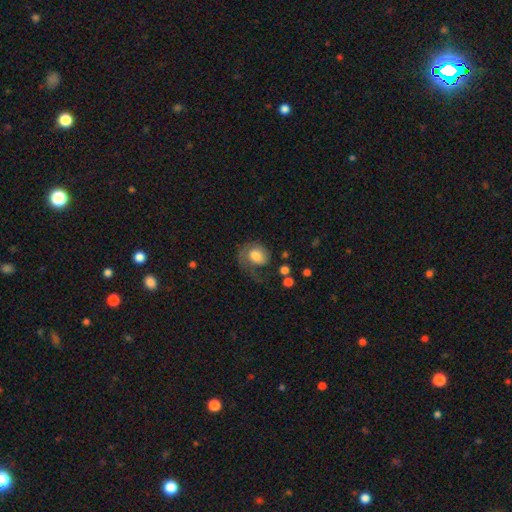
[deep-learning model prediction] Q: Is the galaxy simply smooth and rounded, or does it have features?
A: smooth — 54%.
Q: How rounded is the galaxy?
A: round — 53%.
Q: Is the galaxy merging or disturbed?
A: major disturbance — 44%.